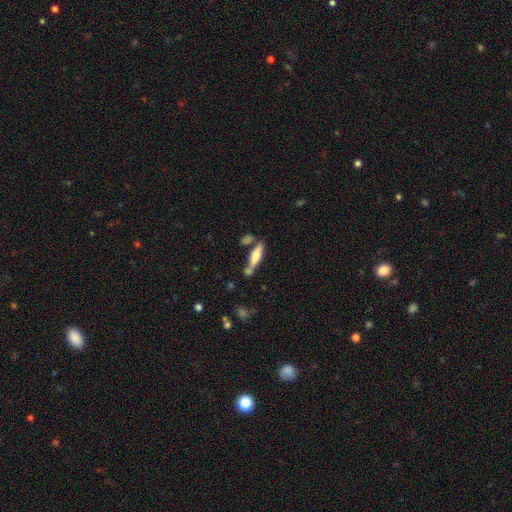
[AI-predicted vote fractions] Smooth or featured? Predicted: smooth (p=0.61). How rounded? Predicted: cigar-shaped (p=0.68). Merging? Predicted: none (p=0.61).